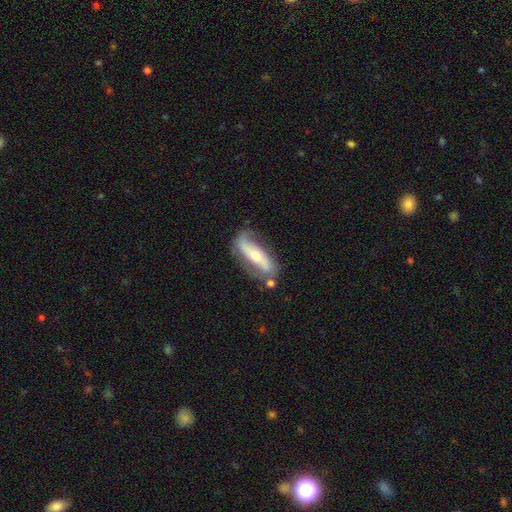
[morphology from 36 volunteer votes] Overall: featured or disk (75%). Edge-on disk: no (56%; yes 44%). Bar: strong (40%, tied with no). Spiral arms: yes (73%). Spiral arm count: 2 (64%; can't tell 27%). Spiral winding: loose (82%). Bulge size: moderate (60%; small 27%). Merging: none (54%; minor disturbance 26%).